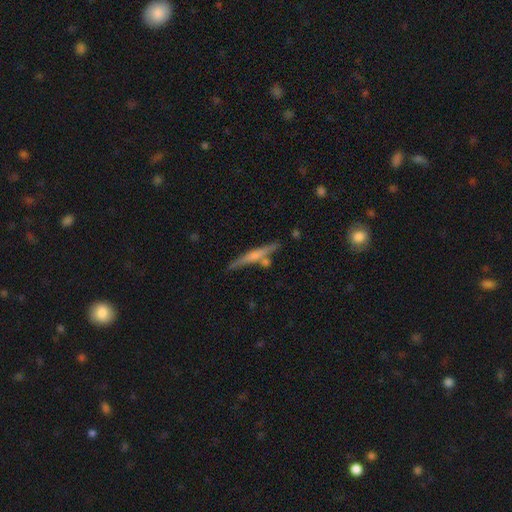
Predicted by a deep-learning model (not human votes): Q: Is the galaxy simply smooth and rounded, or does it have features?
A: featured or disk — 52%.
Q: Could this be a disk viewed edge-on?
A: yes — 96%.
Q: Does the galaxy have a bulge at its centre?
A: rounded — 53%.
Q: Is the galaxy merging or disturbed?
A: none — 77%.